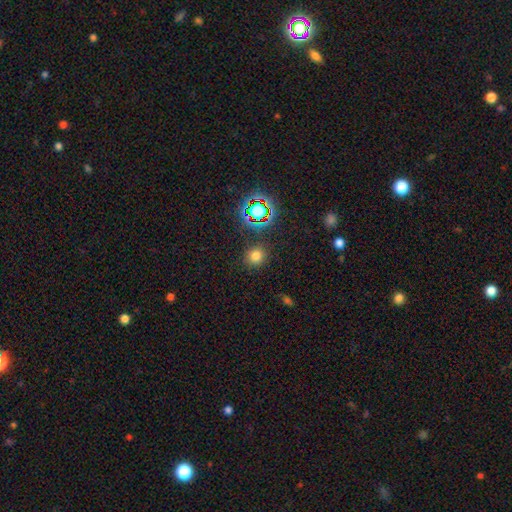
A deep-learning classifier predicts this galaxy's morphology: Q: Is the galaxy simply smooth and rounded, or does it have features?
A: smooth — 71%.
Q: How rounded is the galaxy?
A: round — 88%.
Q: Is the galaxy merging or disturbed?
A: none — 87%.